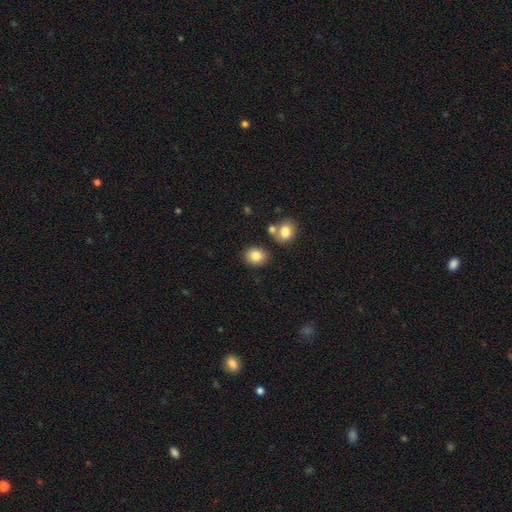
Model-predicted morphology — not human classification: This is clearly a smooth galaxy (83%). How rounded: possibly round (59%). Merging: likely none (79%).